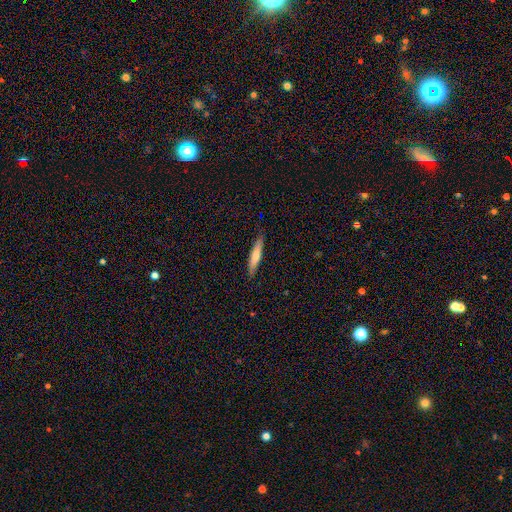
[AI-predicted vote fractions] A smooth galaxy with no disk features (60%) that is cigar-shaped (89%). Merging: none (87%).